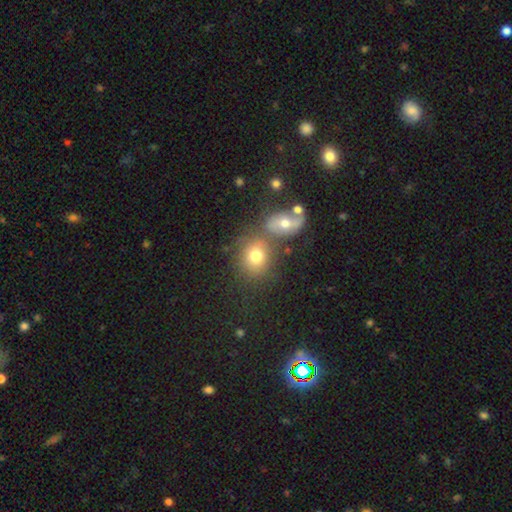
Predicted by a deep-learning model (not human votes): Overall: smooth (73%). How rounded: round (65%; in between 34%). Merging: none (51%; merger 31%).